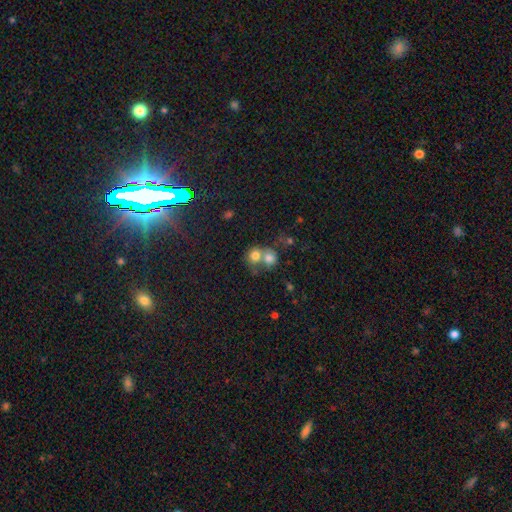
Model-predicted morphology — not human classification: Smooth or featured? smooth (74%)
How rounded? round (77%)
Merging? merger (64%)